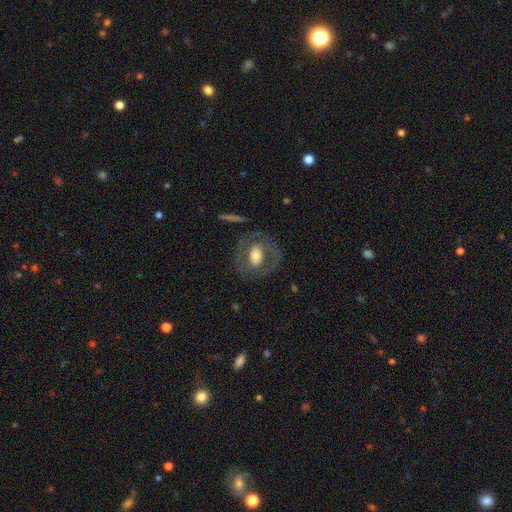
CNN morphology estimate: smooth-or-featured: featured or disk: 56% | smooth: 38% | star or artifact: 6%
  disk-edge-on: no: 93% | yes: 7%
    bar: no: 52% | weak: 28% | strong: 20%
    has-spiral-arms: no: 63% | yes: 37%
    bulge-size: moderate: 53% | large: 29% | small: 13% | dominant: 3% | none: 2%
  merging: none: 73% | minor disturbance: 14% | major disturbance: 11% | merger: 2%